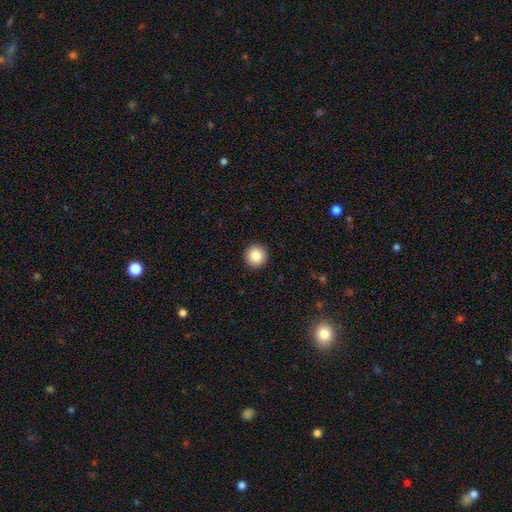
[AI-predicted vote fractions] Smooth or featured? Predicted: smooth (p=0.85). How rounded? Predicted: round (p=0.96). Merging? Predicted: none (p=0.94).